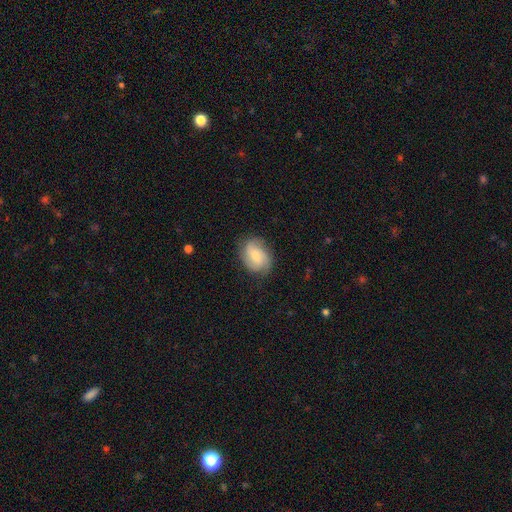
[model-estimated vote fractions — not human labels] Q: Smooth or featured?
A: featured or disk (47%); runner-up: smooth (46%)
Q: Merging?
A: none (74%); runner-up: minor disturbance (19%)